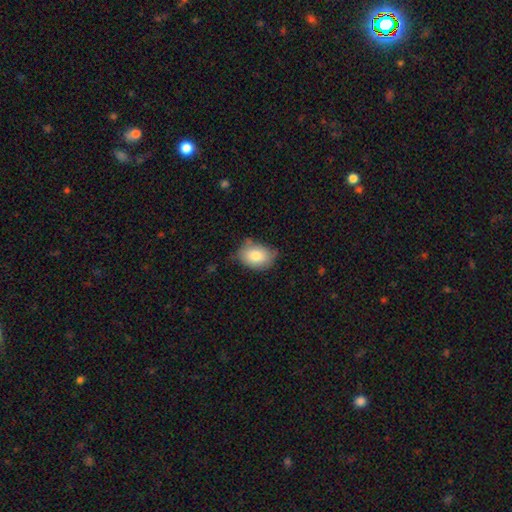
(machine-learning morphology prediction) Smooth or featured?
  - smooth: 81% *
  - featured or disk: 12%
  - star or artifact: 7%
How rounded?
  - in between: 75% *
  - round: 23%
  - cigar-shaped: 1%
Merging?
  - none: 57% *
  - minor disturbance: 35%
  - major disturbance: 6%
  - merger: 2%